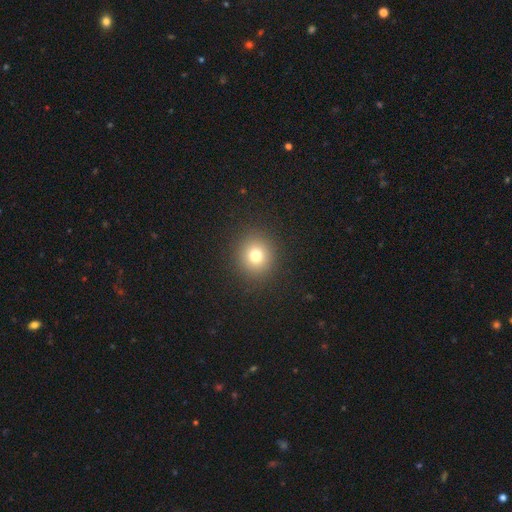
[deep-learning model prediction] smooth 76%, star or artifact 15%, featured or disk 9%. Down the decision tree: how rounded — round (88%); merging — none (91%).